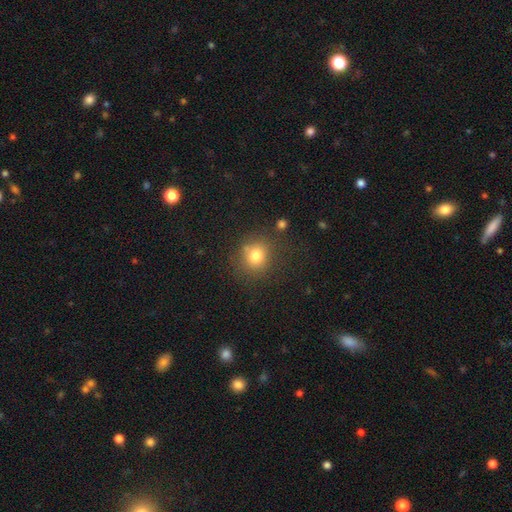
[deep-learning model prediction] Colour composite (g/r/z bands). It shows a smooth galaxy with no disk features (78%) that is round (82%). Merging: none (75%).